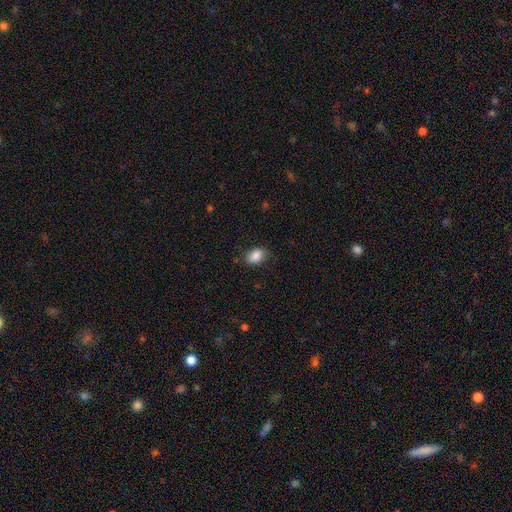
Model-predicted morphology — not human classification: smooth-or-featured: smooth: 87% | star or artifact: 8% | featured or disk: 5%
  how-rounded: in between: 82% | round: 16% | cigar-shaped: 1%
  merging: none: 80% | minor disturbance: 16% | major disturbance: 4% | merger: 1%